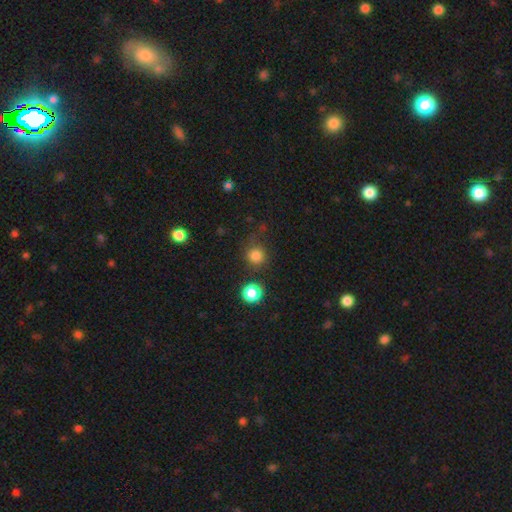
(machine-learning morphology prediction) Smooth or featured: smooth — 80% (star or artifact — 15%)
How rounded: round — 92% (in between — 7%)
Merging: none — 75% (minor disturbance — 14%)